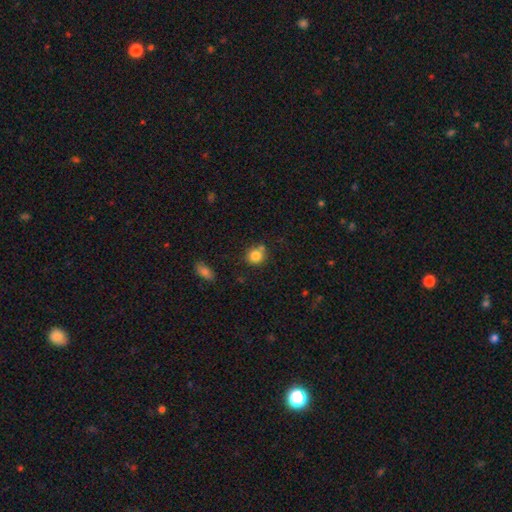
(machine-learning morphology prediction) The model was most divided on "merging": none: 67%, merger: 15%, minor disturbance: 13%, major disturbance: 4%. More confident: how rounded — round (86%); smooth or featured — smooth (82%).